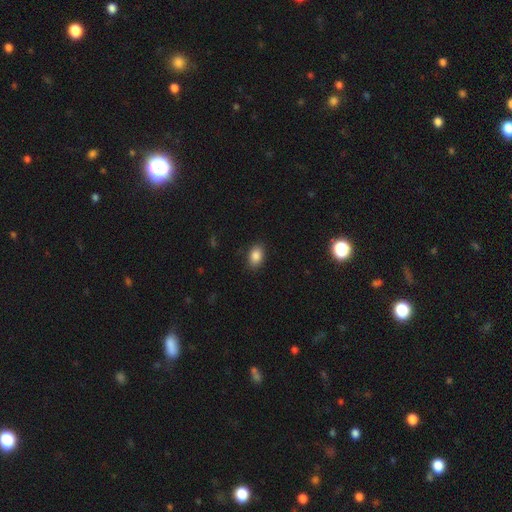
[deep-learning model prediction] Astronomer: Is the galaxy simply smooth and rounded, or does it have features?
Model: smooth — 86%.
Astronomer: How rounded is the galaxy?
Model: in between — 83%.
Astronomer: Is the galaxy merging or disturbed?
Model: none — 87%.